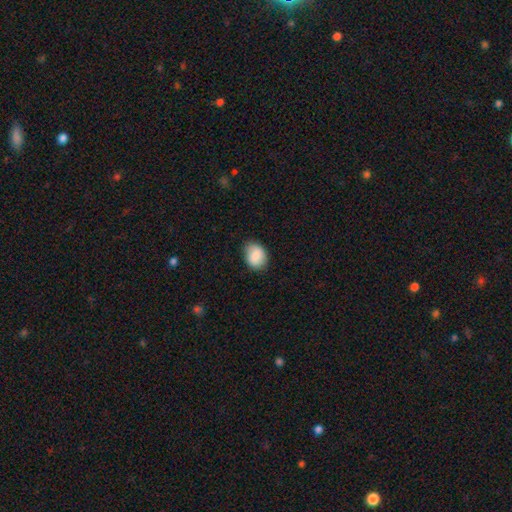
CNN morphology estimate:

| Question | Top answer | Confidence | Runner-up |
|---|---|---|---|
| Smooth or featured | smooth | 82% | featured or disk (11%) |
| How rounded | in between | 61% | round (38%) |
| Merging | none | 79% | minor disturbance (17%) |